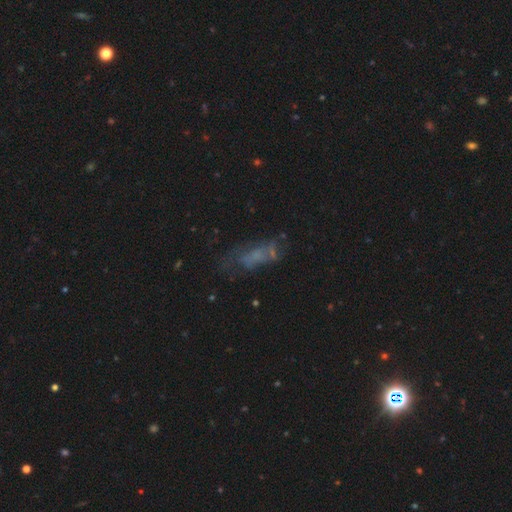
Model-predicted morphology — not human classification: Smooth or featured? featured or disk (41%)
Merging? none (42%)